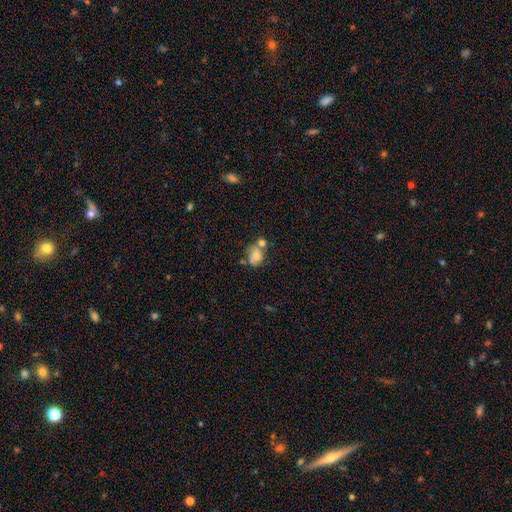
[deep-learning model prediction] Smooth or featured?
  - smooth: 67% *
  - featured or disk: 22%
  - star or artifact: 11%
How rounded?
  - in between: 62% *
  - round: 36%
  - cigar-shaped: 1%
Merging?
  - merger: 36% *
  - none: 34%
  - minor disturbance: 20%
  - major disturbance: 11%